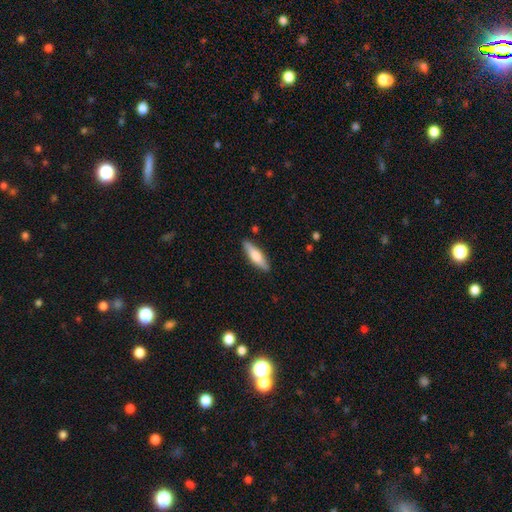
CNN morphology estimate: Smooth or featured? Predicted: smooth (p=0.62). How rounded? Predicted: cigar-shaped (p=0.63). Merging? Predicted: none (p=0.87).